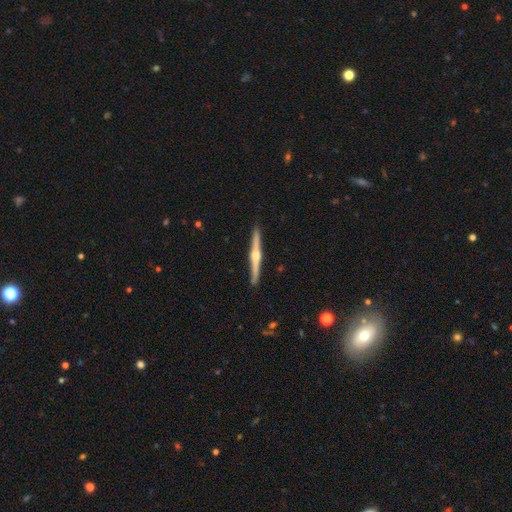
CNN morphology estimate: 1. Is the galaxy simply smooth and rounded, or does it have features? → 80% featured or disk, 15% smooth, 5% star or artifact.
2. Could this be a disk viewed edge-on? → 99% yes, 1% no.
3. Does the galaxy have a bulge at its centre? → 92% rounded, 5% boxy, 4% none.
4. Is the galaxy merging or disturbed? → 92% none, 5% minor disturbance, 1% major disturbance, 1% merger.